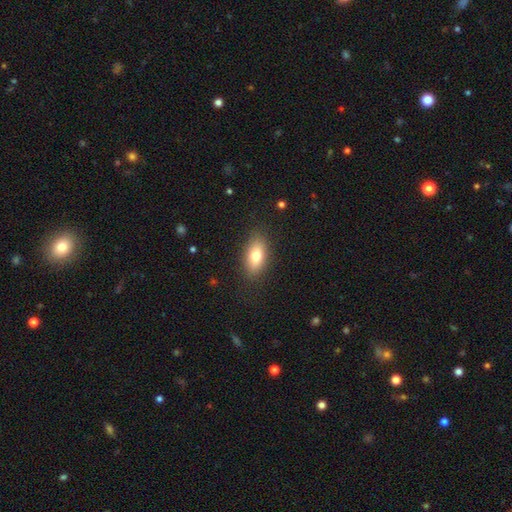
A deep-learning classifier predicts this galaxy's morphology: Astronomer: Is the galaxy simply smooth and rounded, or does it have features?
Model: smooth — 78%.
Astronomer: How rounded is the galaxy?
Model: in between — 87%.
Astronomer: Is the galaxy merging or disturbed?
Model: none — 85%.